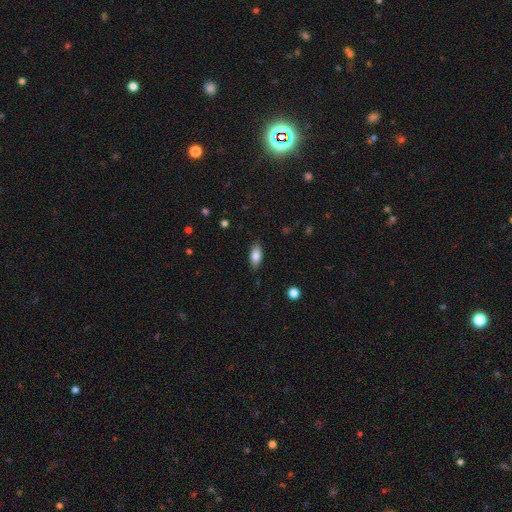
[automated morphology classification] smooth_or_featured: smooth (p=0.80) [alt: featured or disk p=0.13]
how_rounded: in between (p=0.86) [alt: cigar-shaped p=0.11]
merging: none (p=0.86) [alt: minor disturbance p=0.10]